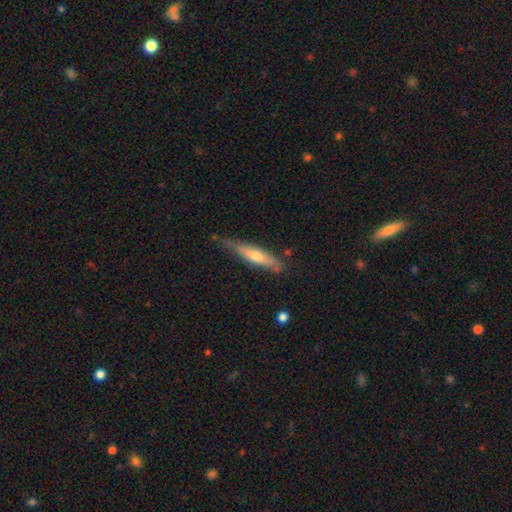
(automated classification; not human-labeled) A featured or disk galaxy (54%) viewed edge-on (89%).

Vote fractions:
- Smooth or featured? featured or disk: 54% / smooth: 40% / star or artifact: 7%
- Edge-on disk? yes: 89% / no: 11%
- Merging? none: 72% / minor disturbance: 22% / major disturbance: 4% / merger: 2%